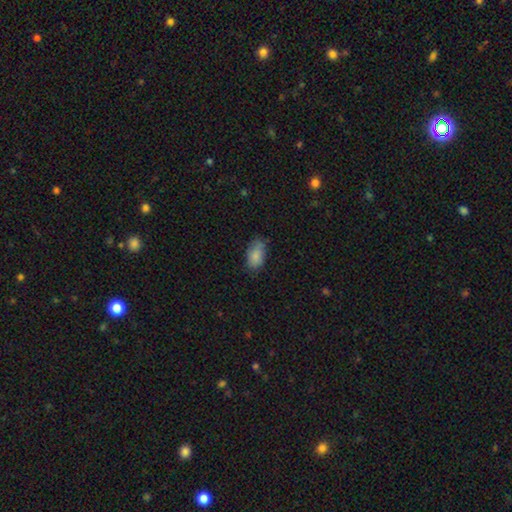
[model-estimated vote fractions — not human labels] Overall: smooth (83%). How rounded: in between (92%). Merging: none (64%; minor disturbance 28%).